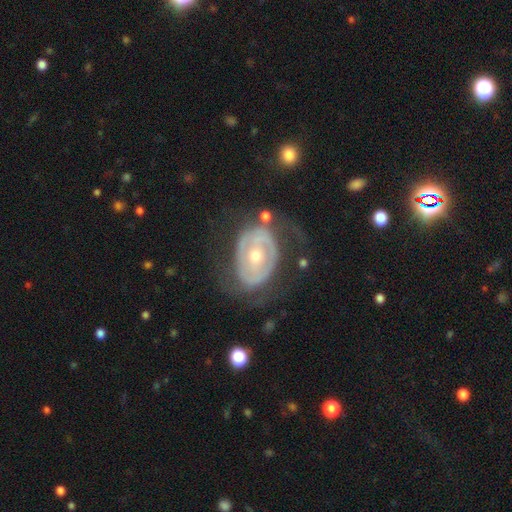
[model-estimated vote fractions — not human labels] The model was most divided on "spiral arms": yes: 53%, no: 47%. More confident: edge-on disk — no (95%); smooth or featured — featured or disk (77%); bulge size — moderate (58%); bar — no (55%); merging — none (55%).